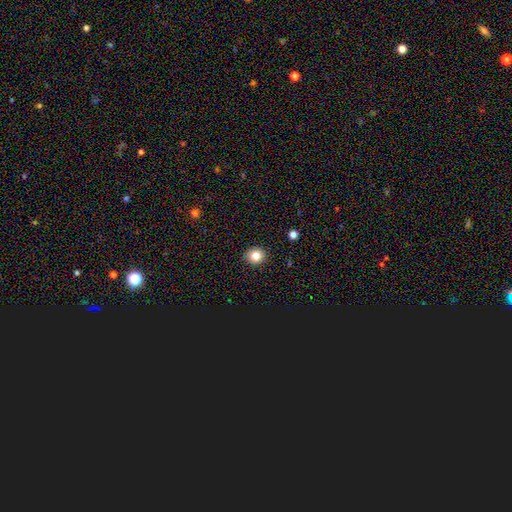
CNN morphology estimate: smooth-or-featured: smooth: 82% | star or artifact: 12% | featured or disk: 6%
  how-rounded: round: 84% | in between: 15% | cigar-shaped: 1%
  merging: none: 91% | minor disturbance: 6% | major disturbance: 2% | merger: 1%